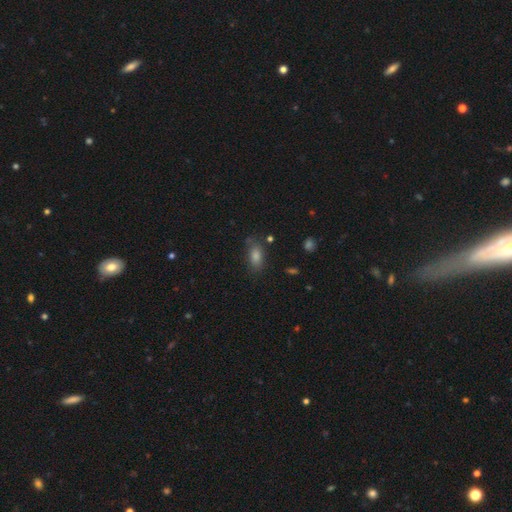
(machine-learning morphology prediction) Smooth or featured? smooth (72%)
How rounded? in between (84%)
Merging? none (75%)